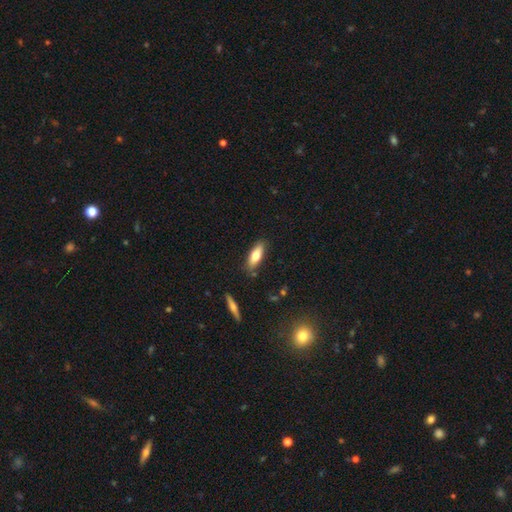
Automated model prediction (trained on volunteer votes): Morphology: type=smooth (66%); roundness=in between (56%); merging=none (85%).